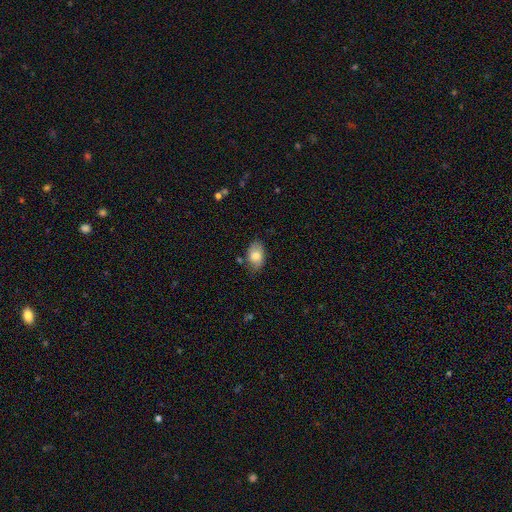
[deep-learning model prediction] Smooth or featured? Predicted: smooth (p=0.76). How rounded? Predicted: in between (p=0.88). Merging? Predicted: none (p=0.67).